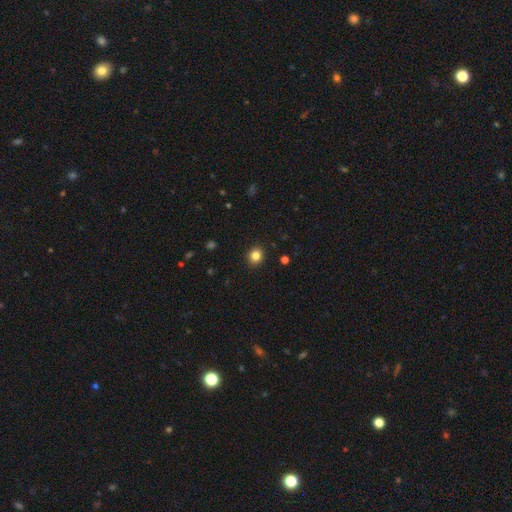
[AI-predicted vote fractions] This appears to be a smooth galaxy with no disk features (83%) that is round (80%). Merging: none (92%).